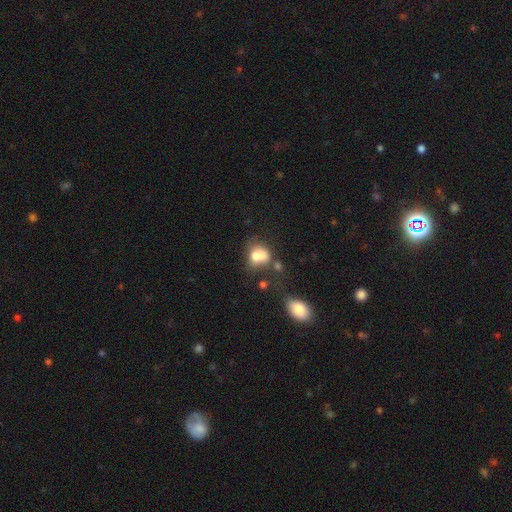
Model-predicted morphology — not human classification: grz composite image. It shows a smooth galaxy with no disk features (68%) that is in between round and cigar-shaped (61%). Merging: merger (39%).